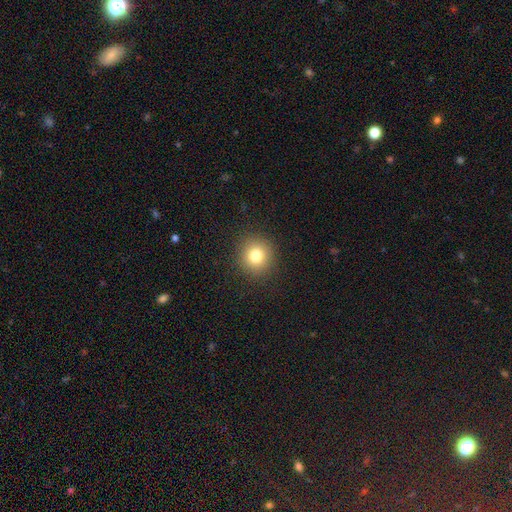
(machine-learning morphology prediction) smooth-or-featured: smooth: 80% | star or artifact: 12% | featured or disk: 8%
  how-rounded: round: 90% | in between: 9% | cigar-shaped: 1%
  merging: none: 91% | minor disturbance: 6% | major disturbance: 2% | merger: 1%